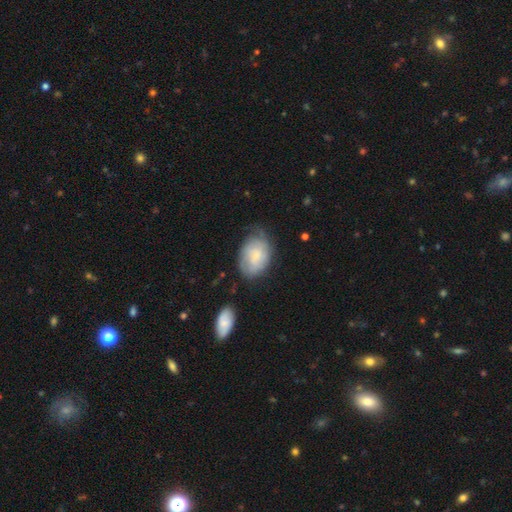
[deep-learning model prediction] A smooth galaxy with no disk features (55%) that is in between round and cigar-shaped (82%). Merging: none (53%).